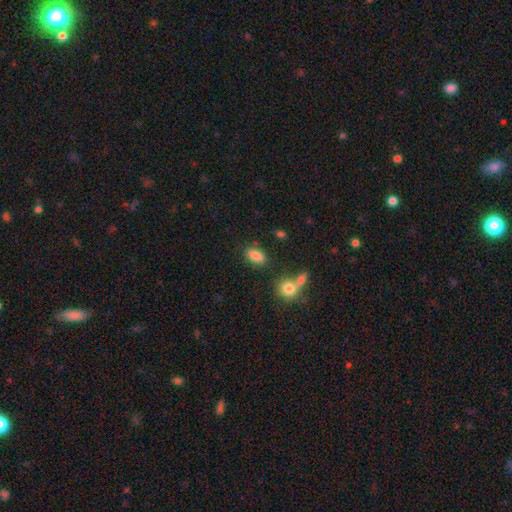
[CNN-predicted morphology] smooth 85%, star or artifact 9%, featured or disk 6%. Down the decision tree: how rounded — in between (89%); merging — none (78%).